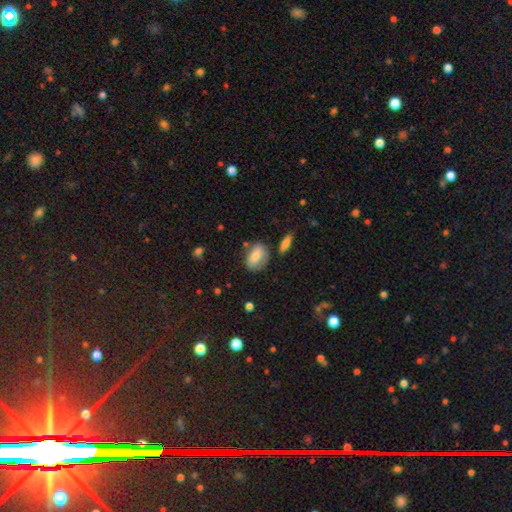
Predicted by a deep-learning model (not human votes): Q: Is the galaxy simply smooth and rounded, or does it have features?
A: smooth — 72%.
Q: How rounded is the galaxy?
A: in between — 79%.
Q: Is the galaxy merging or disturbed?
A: none — 63%.